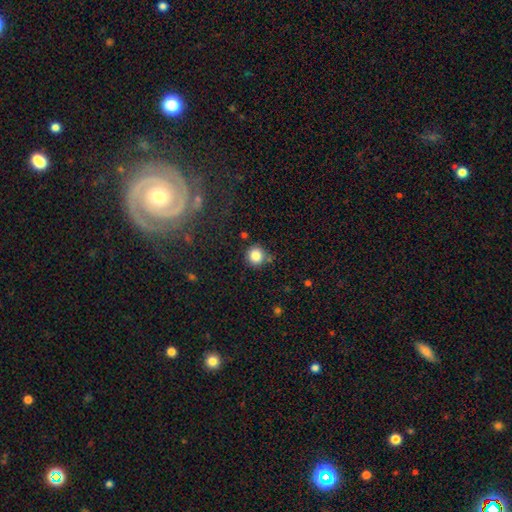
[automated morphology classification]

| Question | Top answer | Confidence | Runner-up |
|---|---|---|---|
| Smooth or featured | smooth | 84% | star or artifact (11%) |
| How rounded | round | 92% | in between (7%) |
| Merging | none | 79% | minor disturbance (12%) |